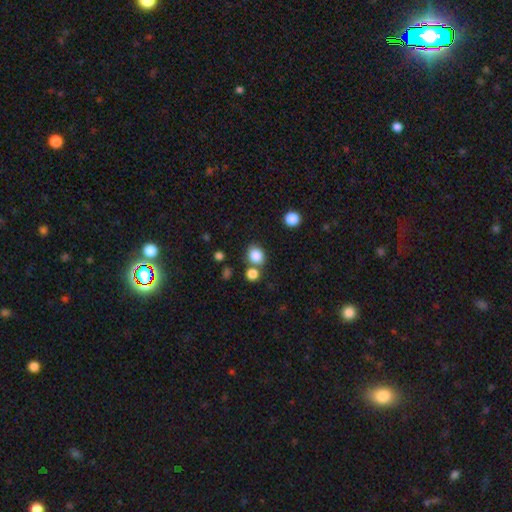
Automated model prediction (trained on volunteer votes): Smooth or featured? smooth (85%)
How rounded? round (65%)
Merging? none (67%)